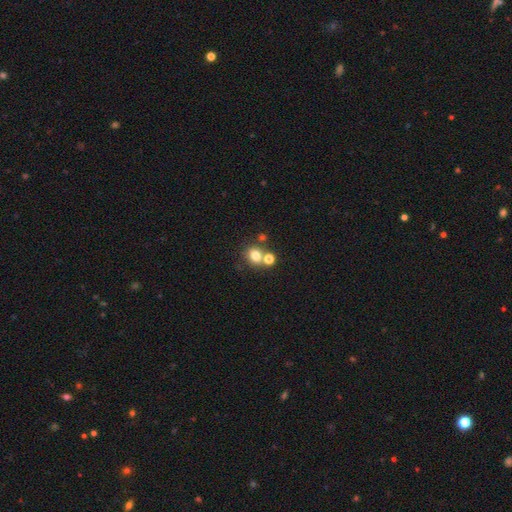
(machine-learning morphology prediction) A smooth galaxy with no disk features (75%) that is round (70%). Merging: none (56%).